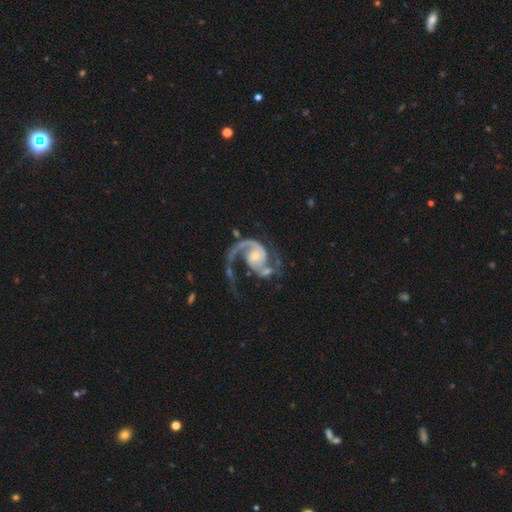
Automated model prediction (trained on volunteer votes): smooth_or_featured: featured or disk (p=0.92) [alt: smooth p=0.04]
disk_edge_on: no (p=0.98) [alt: yes p=0.02]
bar: no (p=0.62) [alt: weak p=0.29]
has_spiral_arms: yes (p=0.98) [alt: no p=0.02]
spiral_winding: medium (p=0.47) [alt: loose p=0.39]
spiral_arm_count: 2 (p=0.74) [alt: 1 p=0.20]
bulge_size: small (p=0.55) [alt: moderate p=0.35]
merging: none (p=0.47) [alt: major disturbance p=0.31]